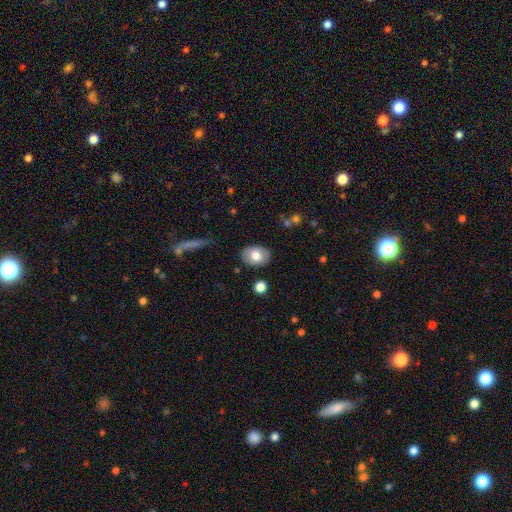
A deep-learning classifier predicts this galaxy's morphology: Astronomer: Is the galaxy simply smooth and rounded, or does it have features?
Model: smooth — 73%.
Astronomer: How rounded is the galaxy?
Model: in between — 76%.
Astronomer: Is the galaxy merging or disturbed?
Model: none — 86%.